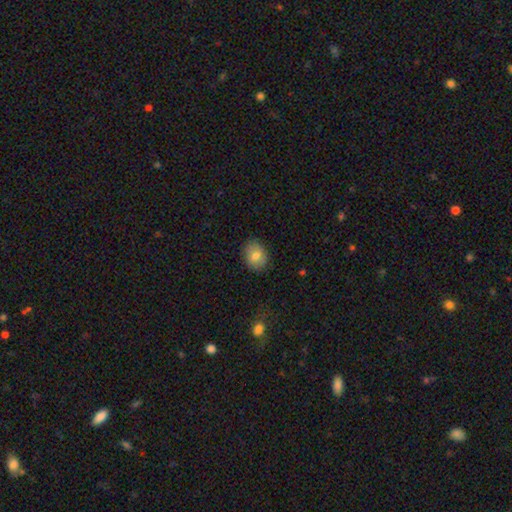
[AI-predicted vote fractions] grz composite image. It shows a smooth galaxy with no disk features (79%) that is in between round and cigar-shaped (58%). Merging: none (84%).